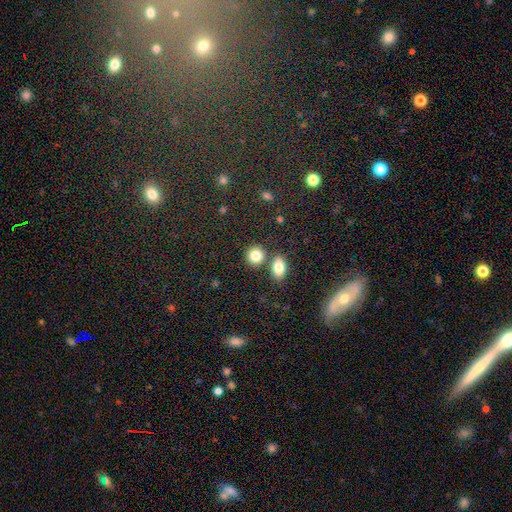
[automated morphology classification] smooth_or_featured: smooth (p=0.84) [alt: star or artifact p=0.09]
how_rounded: round (p=0.80) [alt: in between p=0.19]
merging: none (p=0.71) [alt: merger p=0.18]